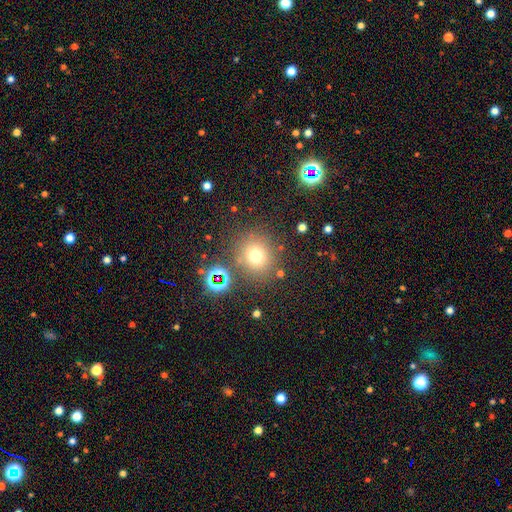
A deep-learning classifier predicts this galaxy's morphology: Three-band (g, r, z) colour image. It shows a smooth galaxy with no disk features (69%) that is round (88%). Merging: none (80%).